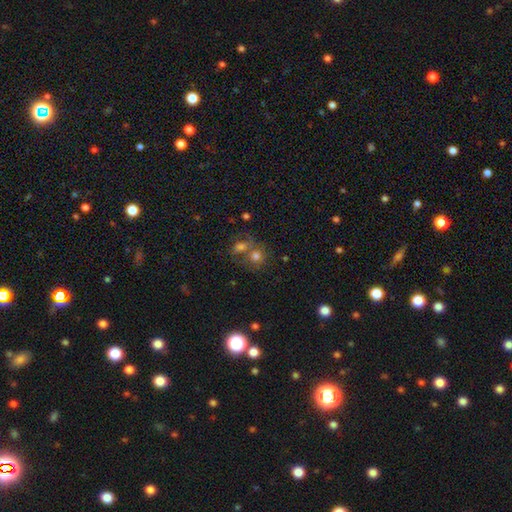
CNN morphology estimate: Smooth or featured? smooth (55%)
How rounded? round (82%)
Merging? none (45%)